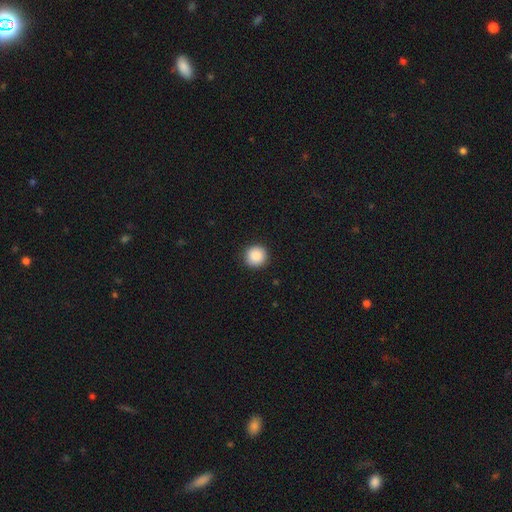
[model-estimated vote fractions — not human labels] Morphology: type=smooth (89%); roundness=round (95%); merging=none (92%).